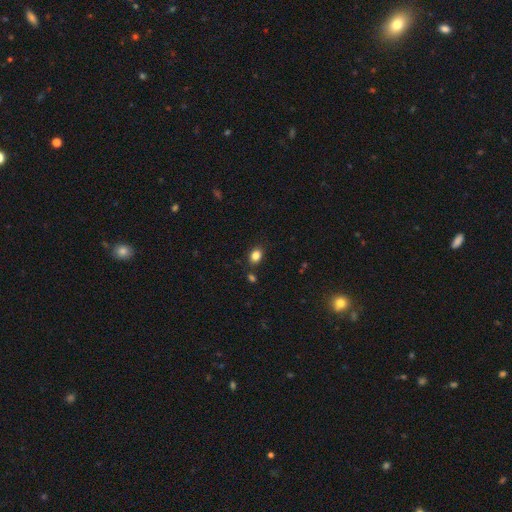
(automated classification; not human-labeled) A smooth galaxy with no disk features (83%) that is in between round and cigar-shaped (61%). Merging: none (82%).